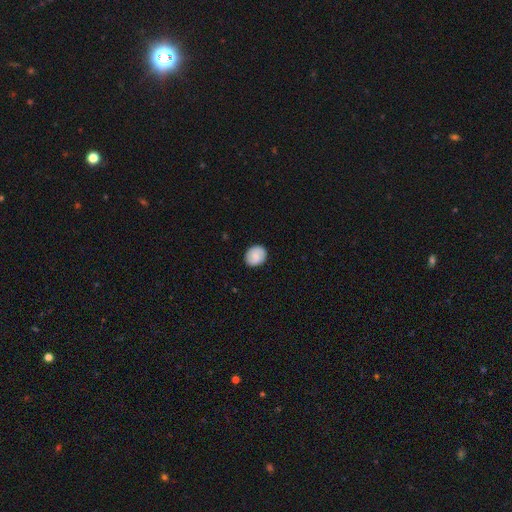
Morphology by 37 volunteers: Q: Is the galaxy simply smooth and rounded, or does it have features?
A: smooth — 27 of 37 (73%).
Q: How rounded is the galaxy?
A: round — 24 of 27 (89%).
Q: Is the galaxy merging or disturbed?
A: none — 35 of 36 (97%).